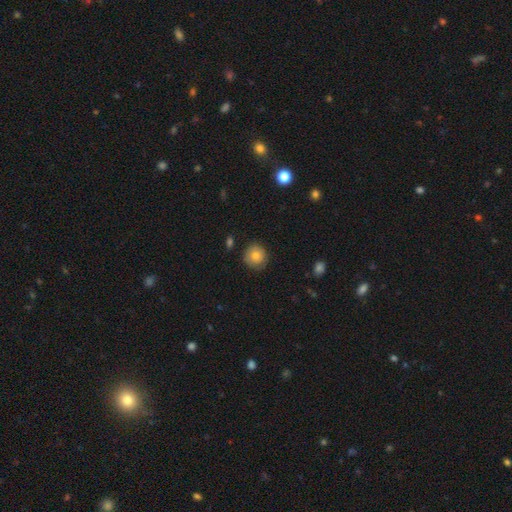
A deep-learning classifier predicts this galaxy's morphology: The model was most divided on "smooth or featured": smooth: 71%, featured or disk: 20%, star or artifact: 8%. More confident: how rounded — round (93%); merging — none (82%).